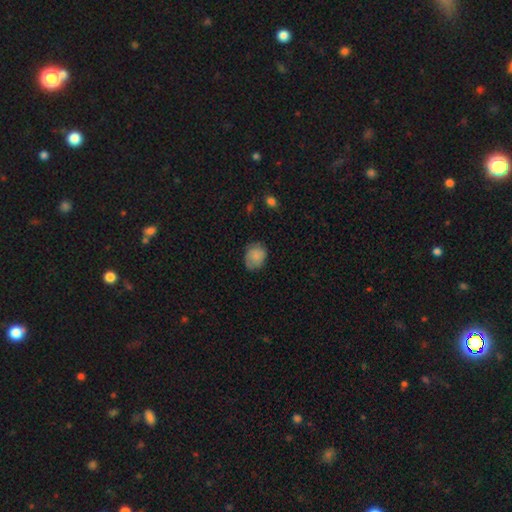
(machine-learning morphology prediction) Smooth or featured? Predicted: smooth (p=0.77). How rounded? Predicted: round (p=0.52). Merging? Predicted: none (p=0.65).